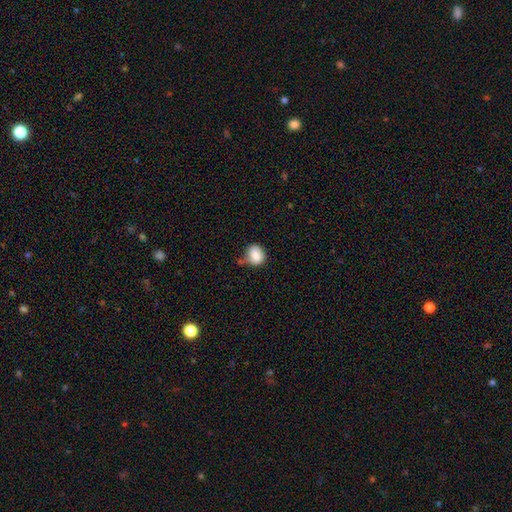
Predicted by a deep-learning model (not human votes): The model was most divided on "merging": none: 52%, minor disturbance: 31%, merger: 9%, major disturbance: 8%. More confident: smooth or featured — smooth (83%); how rounded — round (64%).